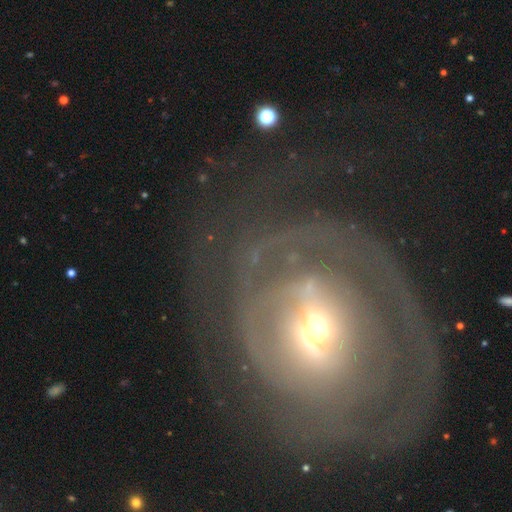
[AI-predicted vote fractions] Smooth or featured?
  - featured or disk: 80% *
  - smooth: 12%
  - star or artifact: 8%
Edge-on disk?
  - no: 96% *
  - yes: 4%
Bar?
  - weak: 38% *
  - no: 33%
  - strong: 29%
Spiral arms?
  - yes: 72% *
  - no: 28%
Spiral winding?
  - tight: 58% *
  - medium: 28%
  - loose: 14%
Spiral arm count?
  - can't tell: 41% *
  - 2: 30%
  - 1: 10%
  - 3: 9%
  - 4: 6%
  - more than 4: 5%
Bulge size?
  - moderate: 50% *
  - small: 41%
  - large: 7%
  - dominant: 2%
  - none: 1%
Merging?
  - none: 52% *
  - major disturbance: 28%
  - minor disturbance: 17%
  - merger: 3%